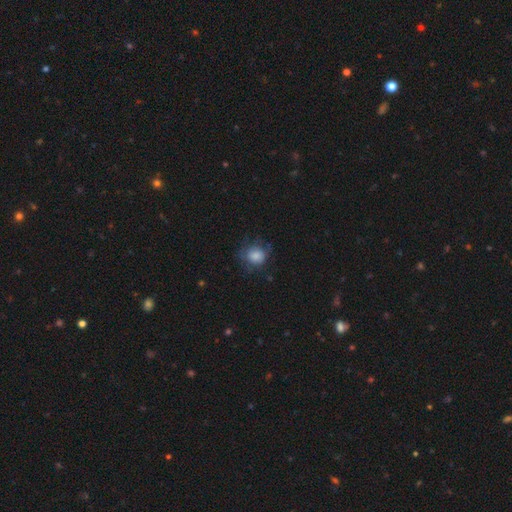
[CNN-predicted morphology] smooth 78%, featured or disk 13%, star or artifact 9%. Down the decision tree: how rounded — round (79%); merging — none (60%).